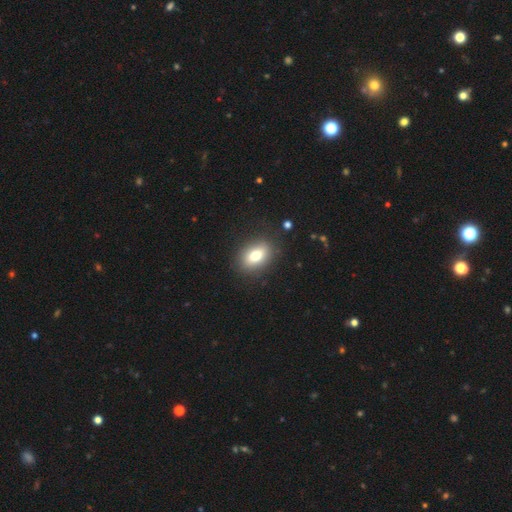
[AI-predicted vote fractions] A smooth galaxy with no disk features (75%) that is in between round and cigar-shaped (76%).

Vote fractions:
- Smooth or featured? smooth: 75% / featured or disk: 15% / star or artifact: 10%
- How rounded? in between: 76% / round: 22% / cigar-shaped: 2%
- Merging? none: 86% / minor disturbance: 9% / major disturbance: 3% / merger: 1%